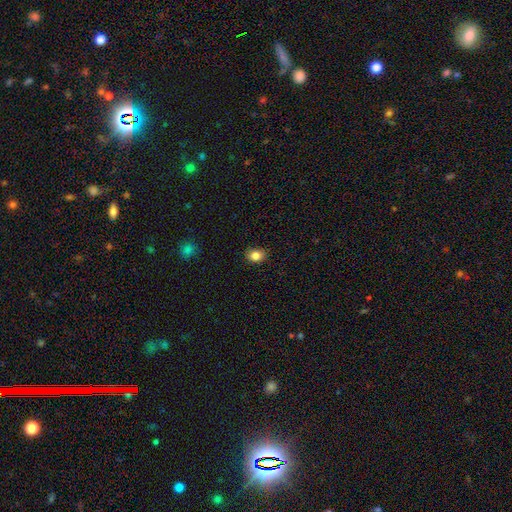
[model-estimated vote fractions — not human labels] Smooth or featured? smooth (84%)
How rounded? in between (63%)
Merging? none (86%)